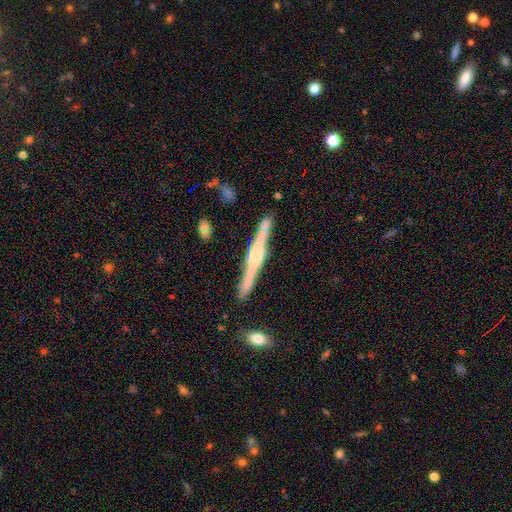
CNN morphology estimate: Smooth or featured? featured or disk (78%)
Edge-on disk? yes (98%)
Edge-on bulge? rounded (60%)
Merging? none (84%)